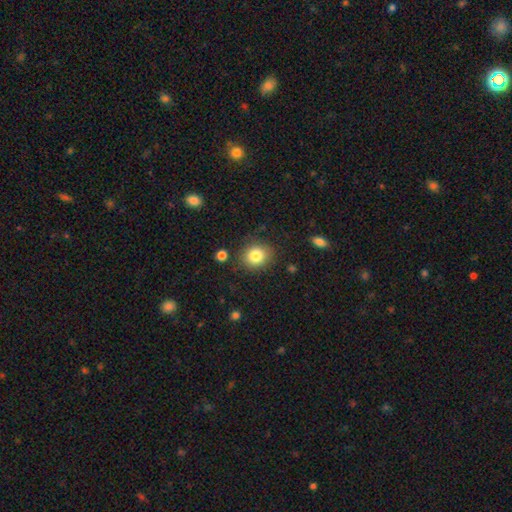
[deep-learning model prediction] A smooth galaxy with no disk features (83%) that is round (70%).

Vote fractions:
- Smooth or featured? smooth: 83% / star or artifact: 10% / featured or disk: 7%
- How rounded? round: 70% / in between: 30% / cigar-shaped: 1%
- Merging? none: 84% / minor disturbance: 10% / major disturbance: 3% / merger: 2%